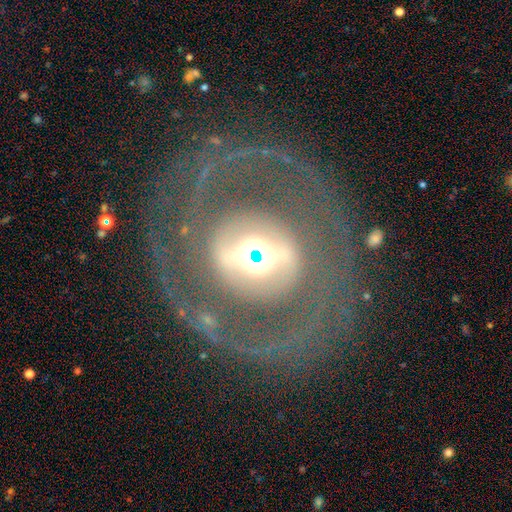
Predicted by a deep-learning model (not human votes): Smooth or featured? Predicted: featured or disk (p=0.78). Edge-on disk? Predicted: no (p=0.94). Bar? Predicted: strong (p=0.36). Spiral arms? Predicted: yes (p=0.60). Bulge size? Predicted: moderate (p=0.40). Merging? Predicted: none (p=0.76).